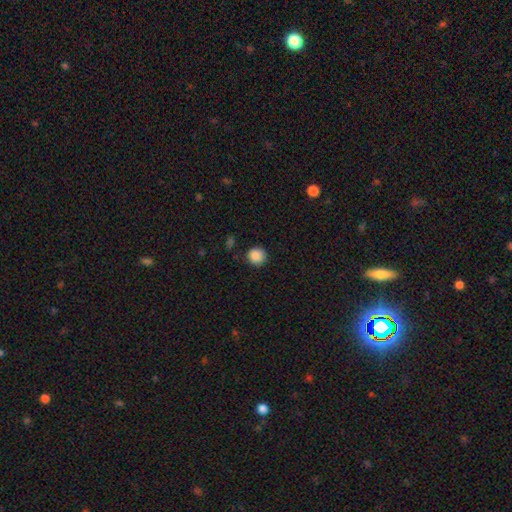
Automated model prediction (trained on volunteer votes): smooth_or_featured: smooth (p=0.87) [alt: star or artifact p=0.10]
how_rounded: round (p=0.93) [alt: in between p=0.06]
merging: none (p=0.86) [alt: minor disturbance p=0.10]